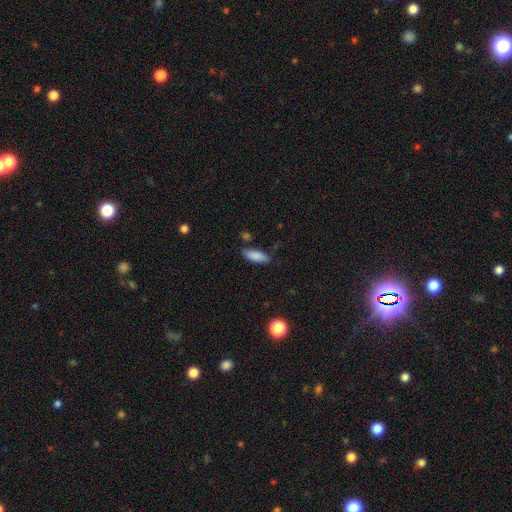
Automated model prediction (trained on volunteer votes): Smooth or featured?
  - smooth: 85% *
  - featured or disk: 8%
  - star or artifact: 7%
How rounded?
  - in between: 67% *
  - cigar-shaped: 31%
  - round: 2%
Merging?
  - none: 79% *
  - minor disturbance: 15%
  - merger: 3%
  - major disturbance: 3%